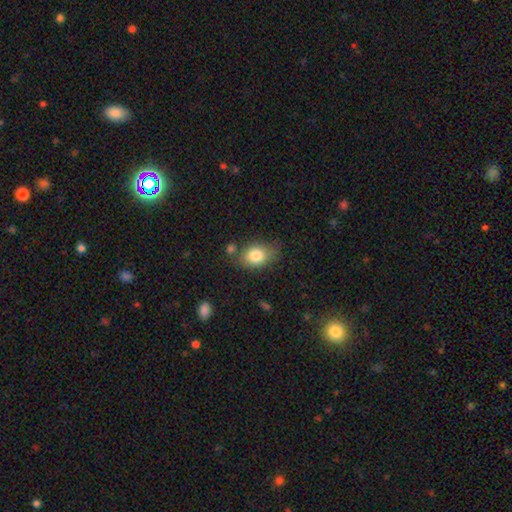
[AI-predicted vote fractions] This appears to be a smooth galaxy with no disk features (81%) that is in between round and cigar-shaped (63%). Merging: none (60%).